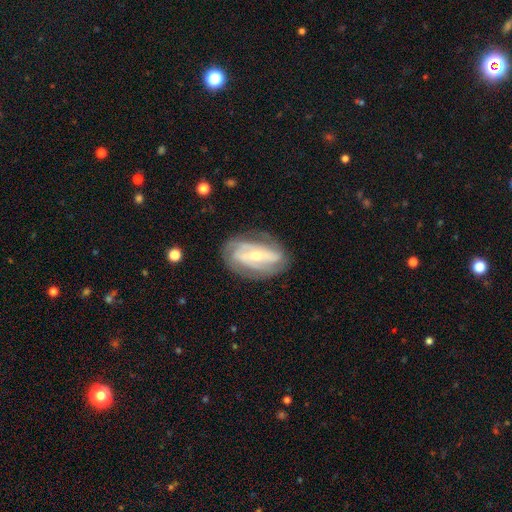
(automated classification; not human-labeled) Smooth or featured? featured or disk (80%)
Edge-on disk? no (93%)
Bar? strong (50%)
Spiral arms? yes (88%)
Spiral winding? tight (53%)
Spiral arm count? 2 (49%)
Bulge size? small (52%)
Merging? none (74%)